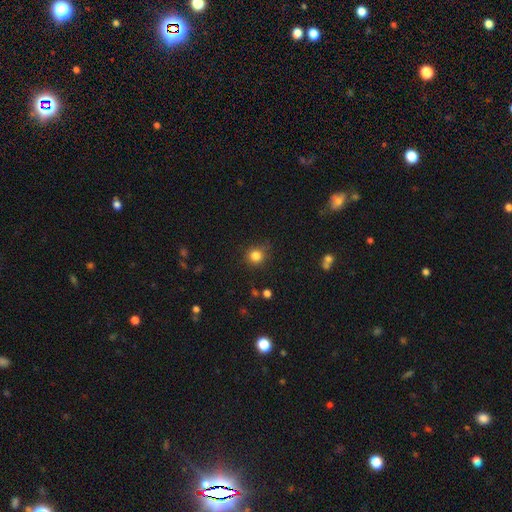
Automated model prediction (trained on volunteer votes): smooth-or-featured: smooth: 83% | star or artifact: 12% | featured or disk: 5%
  how-rounded: round: 89% | in between: 11% | cigar-shaped: 1%
  merging: none: 78% | minor disturbance: 16% | major disturbance: 4% | merger: 2%